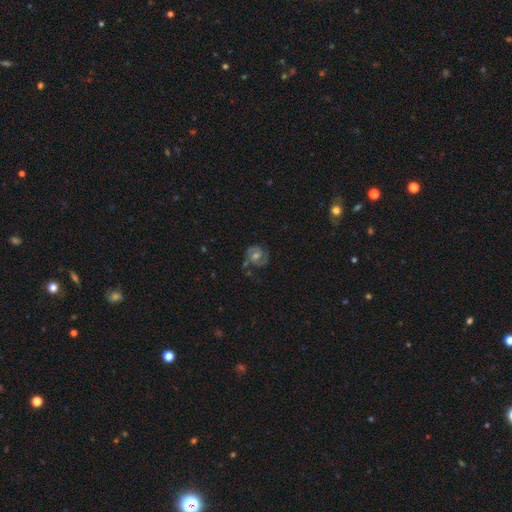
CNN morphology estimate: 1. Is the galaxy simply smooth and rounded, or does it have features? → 75% featured or disk, 14% smooth, 10% star or artifact.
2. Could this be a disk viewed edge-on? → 98% no, 2% yes.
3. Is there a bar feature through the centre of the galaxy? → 60% no, 33% weak, 7% strong.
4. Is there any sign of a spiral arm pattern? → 93% yes, 7% no.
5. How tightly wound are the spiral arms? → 51% tight, 40% medium, 9% loose.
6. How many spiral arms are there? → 74% 2, 11% can't tell, 7% 3, 4% 1, 2% 4, 2% more than 4.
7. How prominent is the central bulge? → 63% moderate, 28% small, 5% large, 3% none, 1% dominant.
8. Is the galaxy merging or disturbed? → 74% none, 16% minor disturbance, 7% major disturbance, 3% merger.